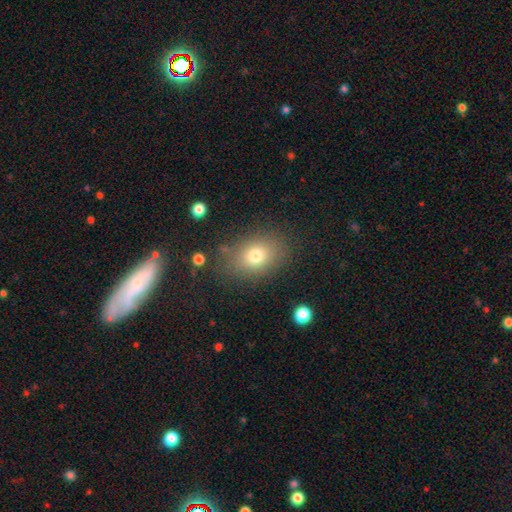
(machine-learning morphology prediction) smooth_or_featured: smooth (p=0.75) [alt: featured or disk p=0.13]
how_rounded: in between (p=0.70) [alt: round p=0.29]
merging: none (p=0.79) [alt: minor disturbance p=0.13]